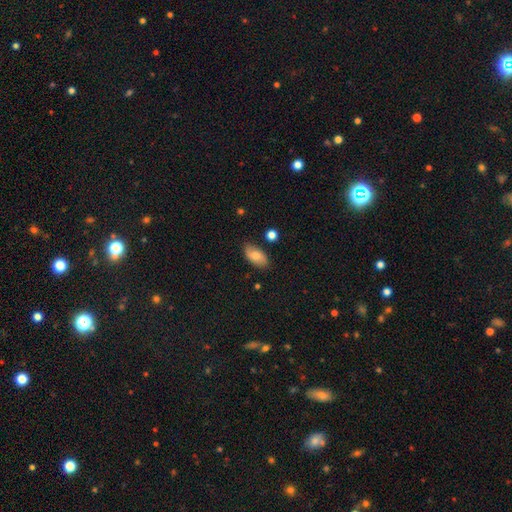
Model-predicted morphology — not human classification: Smooth or featured?
  - smooth: 69% *
  - featured or disk: 24%
  - star or artifact: 7%
How rounded?
  - in between: 93% *
  - round: 4%
  - cigar-shaped: 3%
Merging?
  - none: 82% *
  - minor disturbance: 13%
  - major disturbance: 3%
  - merger: 2%